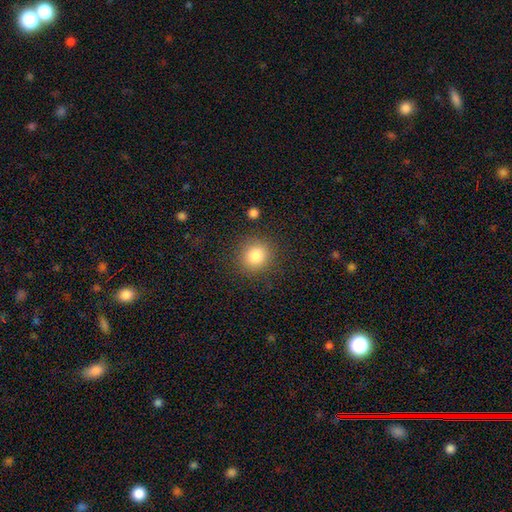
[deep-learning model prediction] Smooth or featured? smooth (83%)
How rounded? round (90%)
Merging? none (87%)